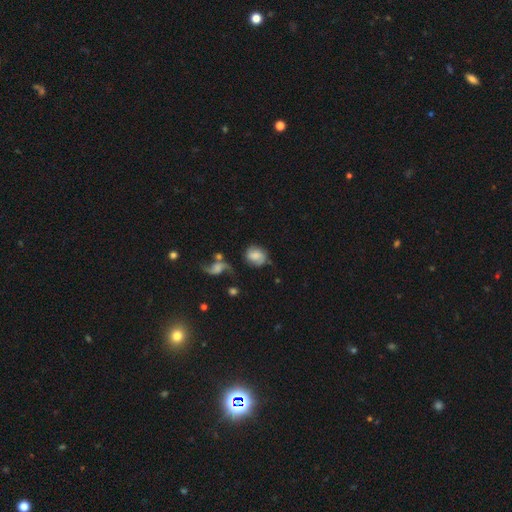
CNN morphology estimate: Smooth or featured? Predicted: smooth (p=0.53). How rounded? Predicted: round (p=0.61). Merging? Predicted: none (p=0.58).